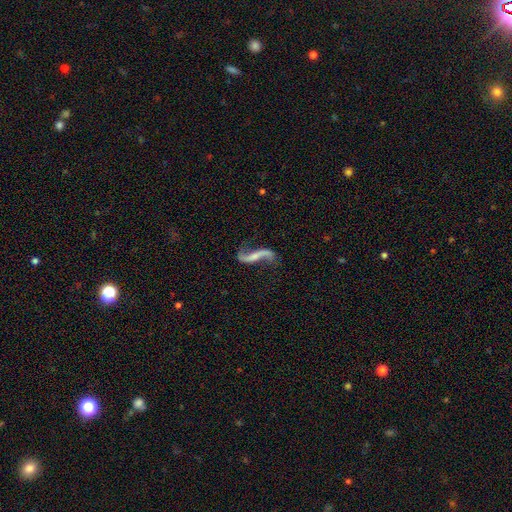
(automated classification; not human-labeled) Smooth or featured? Predicted: featured or disk (p=0.86). Edge-on disk? Predicted: no (p=0.90). Bar? Predicted: no (p=0.39). Spiral arms? Predicted: yes (p=0.94). Spiral winding? Predicted: loose (p=0.94). Spiral arm count? Predicted: 2 (p=0.92). Bulge size? Predicted: small (p=0.41). Merging? Predicted: none (p=0.69).